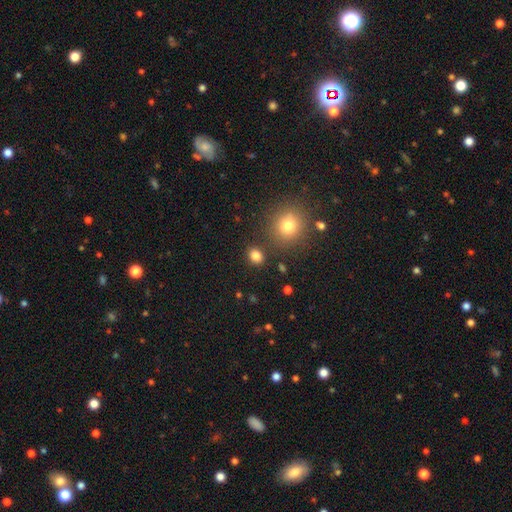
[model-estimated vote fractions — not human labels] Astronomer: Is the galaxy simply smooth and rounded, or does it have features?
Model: smooth — 82%.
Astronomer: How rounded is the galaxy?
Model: round — 59% (runner-up: in between, 40%).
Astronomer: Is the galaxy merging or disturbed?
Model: none — 84%.